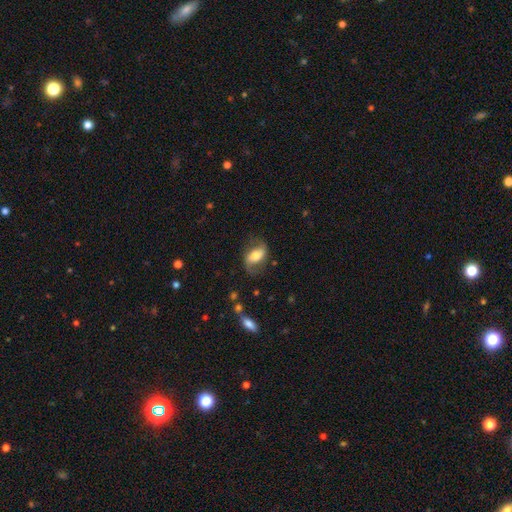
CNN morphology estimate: A featured or disk galaxy (61%) with a weak bar (35%), spiral arms (87%) and a moderate central bulge (54%).

Vote fractions:
- Smooth or featured? featured or disk: 61% / smooth: 32% / star or artifact: 8%
- Edge-on disk? no: 93% / yes: 7%
- Bar? weak: 35% / strong: 33% / no: 32%
- Spiral arms? yes: 87% / no: 13%
- Bulge size? moderate: 54% / large: 22% / small: 18% / dominant: 4% / none: 3%
- Merging? none: 69% / minor disturbance: 19% / major disturbance: 11% / merger: 2%